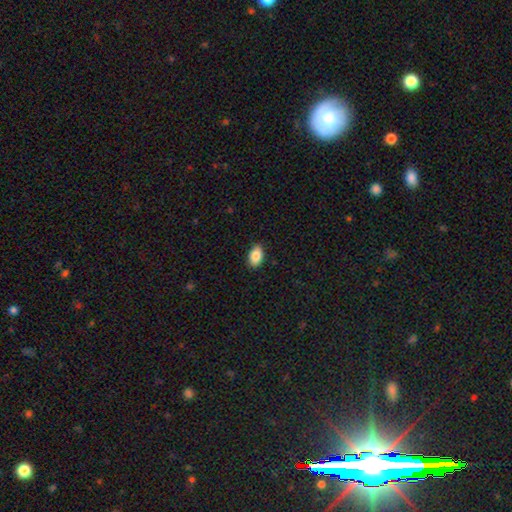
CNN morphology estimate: A smooth galaxy with no disk features (86%) that is in between round and cigar-shaped (91%).

Vote fractions:
- Smooth or featured? smooth: 86% / star or artifact: 7% / featured or disk: 6%
- How rounded? in between: 91% / round: 7% / cigar-shaped: 2%
- Merging? none: 86% / minor disturbance: 11% / major disturbance: 2% / merger: 1%